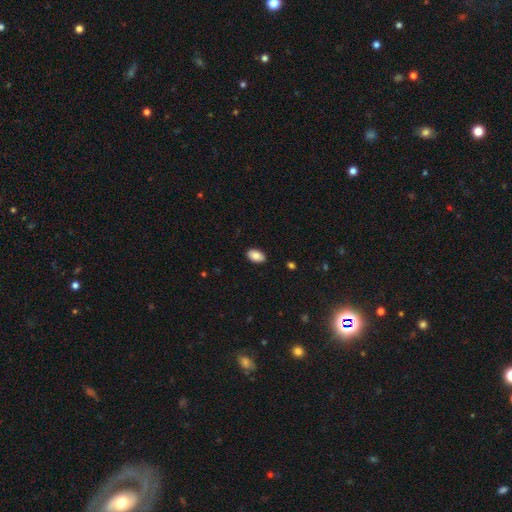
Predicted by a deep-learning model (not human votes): smooth-or-featured: smooth: 87% | star or artifact: 7% | featured or disk: 6%
  how-rounded: in between: 93% | round: 6% | cigar-shaped: 1%
  merging: none: 88% | minor disturbance: 9% | major disturbance: 2% | merger: 1%